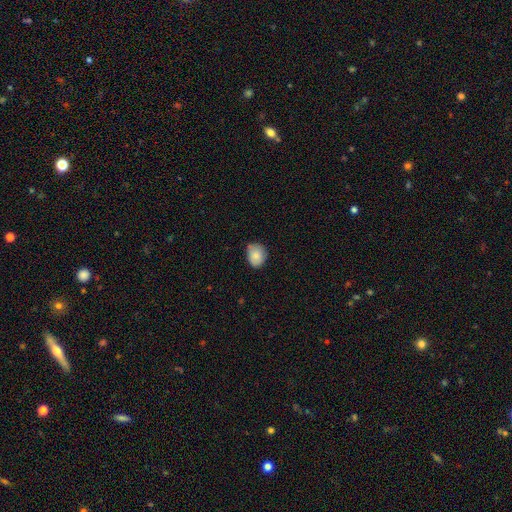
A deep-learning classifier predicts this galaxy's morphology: smooth-or-featured: smooth: 83% | featured or disk: 9% | star or artifact: 8%
  how-rounded: round: 54% | in between: 45% | cigar-shaped: 1%
  merging: none: 65% | minor disturbance: 29% | major disturbance: 4% | merger: 2%